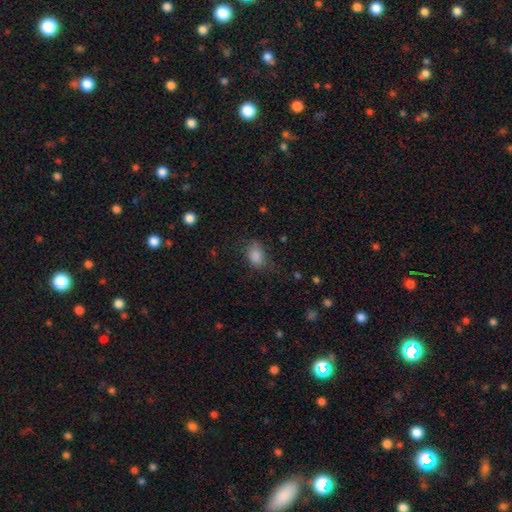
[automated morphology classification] smooth-or-featured: smooth: 84% | star or artifact: 10% | featured or disk: 6%
  how-rounded: in between: 72% | round: 27% | cigar-shaped: 1%
  merging: none: 62% | minor disturbance: 26% | major disturbance: 10% | merger: 2%